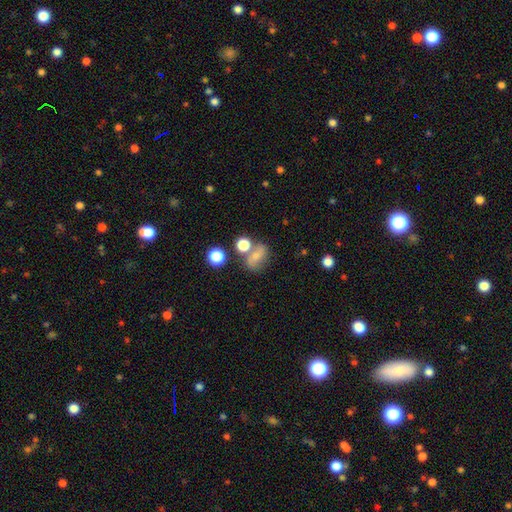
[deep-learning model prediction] A smooth galaxy with no disk features (58%) that is in between round and cigar-shaped (59%). Merging: none (51%).